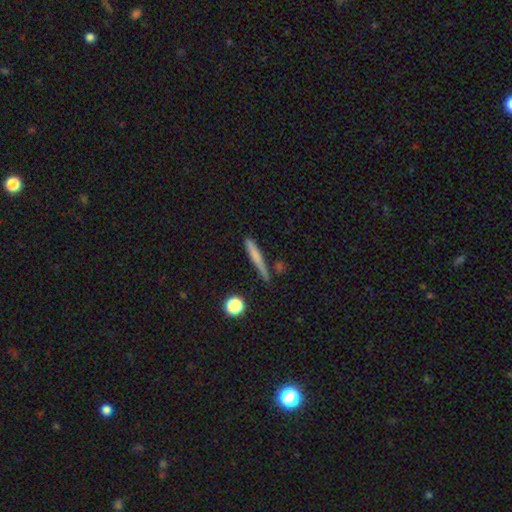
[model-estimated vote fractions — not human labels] This appears to be a smooth galaxy with no disk features (62%) that is cigar-shaped (92%). Merging: none (76%).